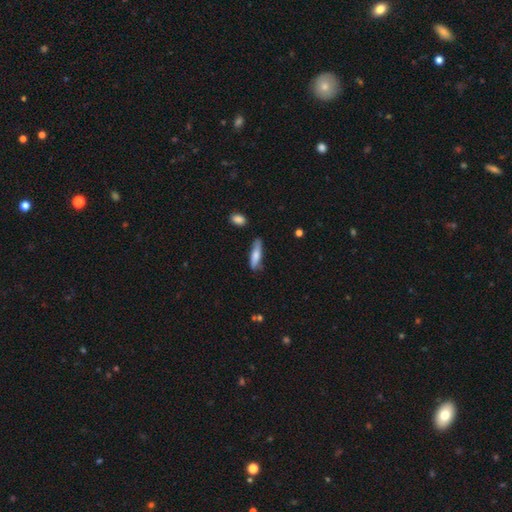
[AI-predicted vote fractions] Smooth or featured? smooth (73%)
How rounded? cigar-shaped (73%)
Merging? none (75%)